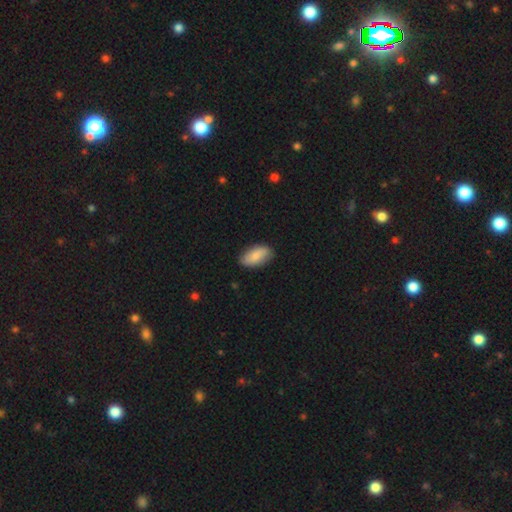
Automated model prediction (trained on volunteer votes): This appears to be a smooth galaxy with no disk features (78%) that is in between round and cigar-shaped (93%). Merging: none (84%).